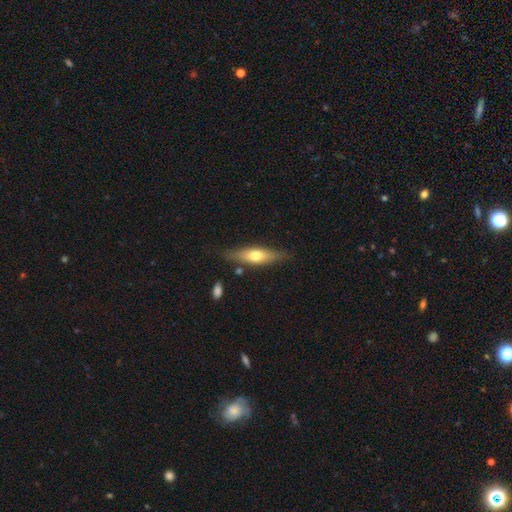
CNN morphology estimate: Overall: smooth (53%; featured or disk 41%). How rounded: cigar-shaped (59%; in between 39%). Merging: none (79%).